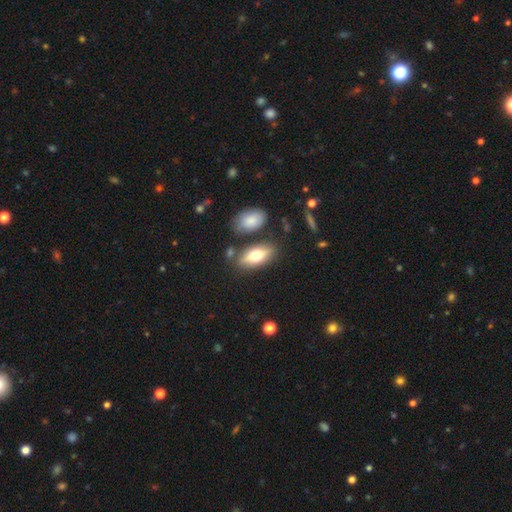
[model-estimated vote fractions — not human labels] Morphology: type=smooth (67%); roundness=in between (80%); merging=none (75%).